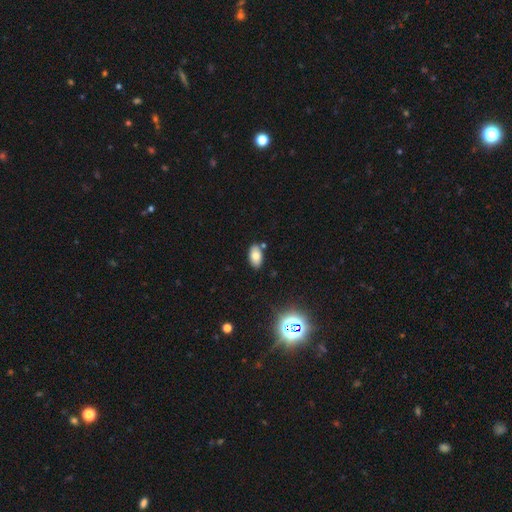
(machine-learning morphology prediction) type=smooth (77%); roundness=in between (93%); merging=none (81%).